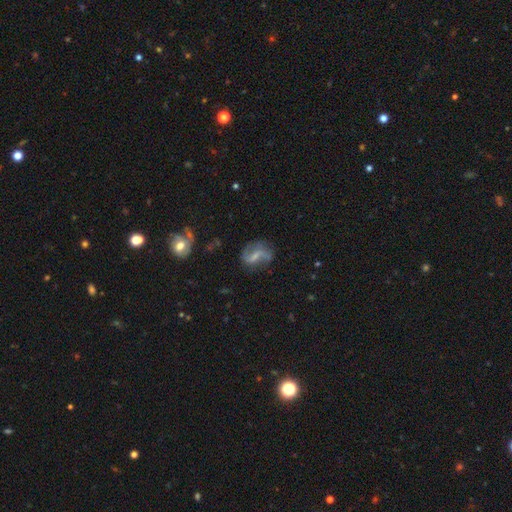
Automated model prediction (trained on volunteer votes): smooth_or_featured: featured or disk (p=0.72) [alt: smooth p=0.19]
disk_edge_on: no (p=0.97) [alt: yes p=0.03]
bar: weak (p=0.47) [alt: strong p=0.27]
has_spiral_arms: yes (p=0.87) [alt: no p=0.13]
spiral_winding: loose (p=0.69) [alt: medium p=0.25]
spiral_arm_count: 2 (p=0.84) [alt: 1 p=0.07]
bulge_size: small (p=0.47) [alt: none p=0.29]
merging: none (p=0.59) [alt: minor disturbance p=0.22]